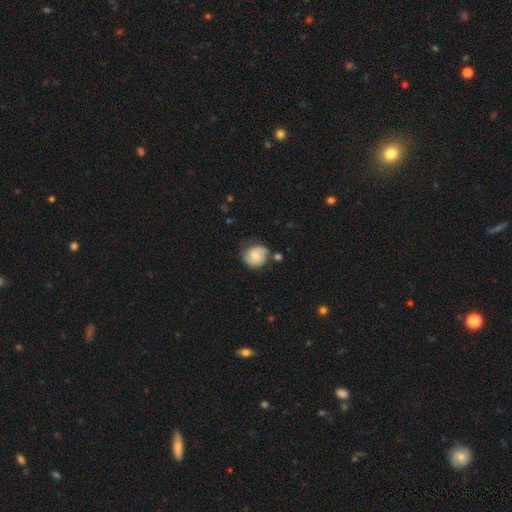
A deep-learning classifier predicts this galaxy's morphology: Overall: smooth (49%; featured or disk 44%). Merging: none (61%; minor disturbance 25%).